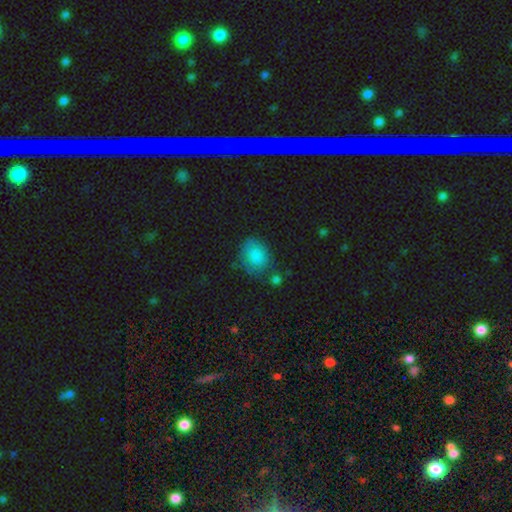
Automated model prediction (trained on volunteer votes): Morphology: type=smooth (83%); roundness=round (56%); merging=none (61%).